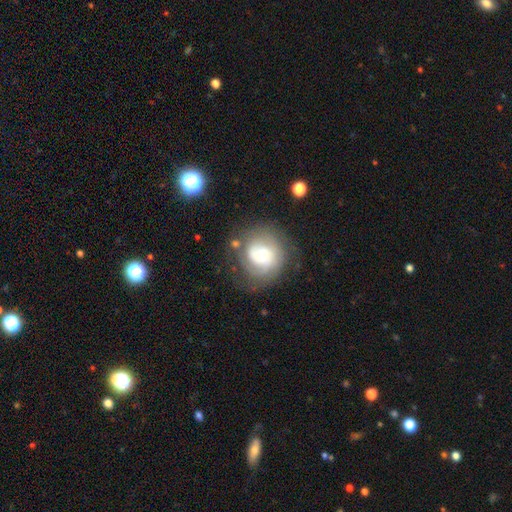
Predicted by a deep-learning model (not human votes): smooth_or_featured: featured or disk (p=0.60) [alt: smooth p=0.32]
disk_edge_on: no (p=0.97) [alt: yes p=0.03]
bar: no (p=0.77) [alt: weak p=0.19]
has_spiral_arms: yes (p=0.76) [alt: no p=0.24]
bulge_size: moderate (p=0.56) [alt: small p=0.34]
merging: none (p=0.69) [alt: minor disturbance p=0.17]